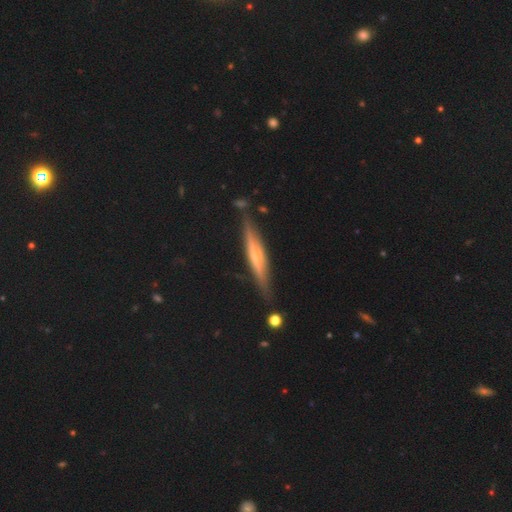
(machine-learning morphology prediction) featured or disk 71%, smooth 23%, star or artifact 6%. Down the decision tree: edge-on disk — yes (95%); edge-on bulge — rounded (60%); merging — none (82%).